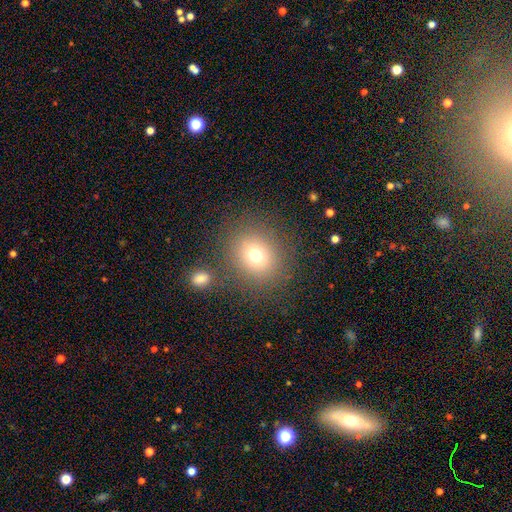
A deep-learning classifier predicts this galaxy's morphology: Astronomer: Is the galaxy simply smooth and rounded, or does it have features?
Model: smooth — 72%.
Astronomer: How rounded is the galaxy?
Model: round — 82%.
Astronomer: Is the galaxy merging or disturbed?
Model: none — 80%.